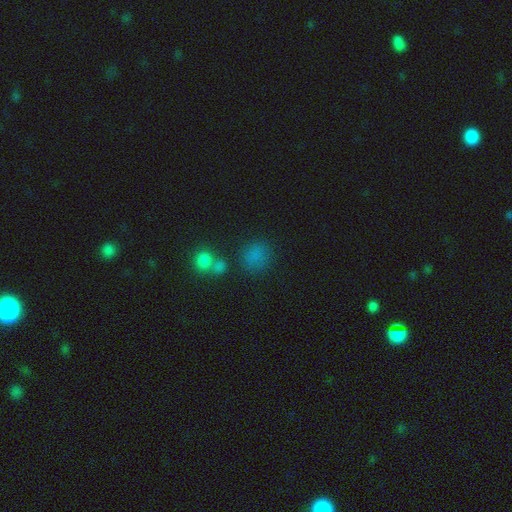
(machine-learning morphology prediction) smooth_or_featured: smooth (p=0.75) [alt: star or artifact p=0.18]
how_rounded: round (p=0.79) [alt: in between p=0.19]
merging: none (p=0.61) [alt: merger p=0.21]